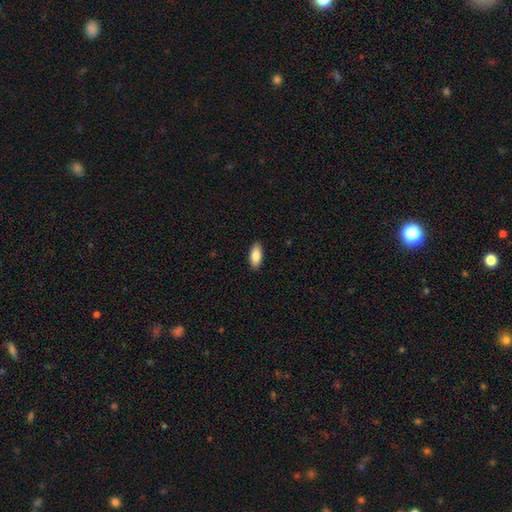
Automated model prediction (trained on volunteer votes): smooth-or-featured: smooth: 86% | featured or disk: 8% | star or artifact: 6%
  how-rounded: in between: 88% | cigar-shaped: 10% | round: 2%
  merging: none: 90% | minor disturbance: 8% | major disturbance: 2% | merger: 1%